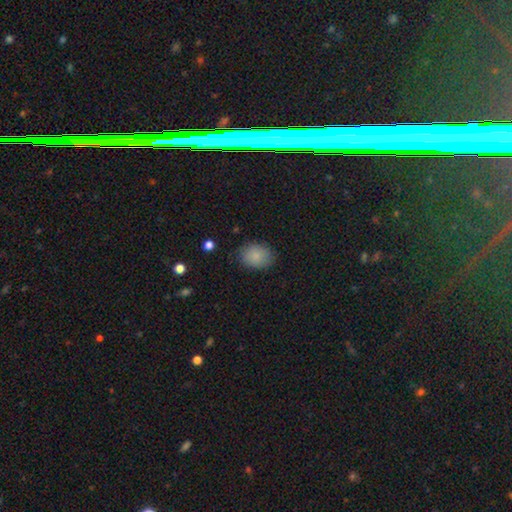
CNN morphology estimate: Smooth or featured? Predicted: smooth (p=0.86). How rounded? Predicted: in between (p=0.65). Merging? Predicted: none (p=0.82).